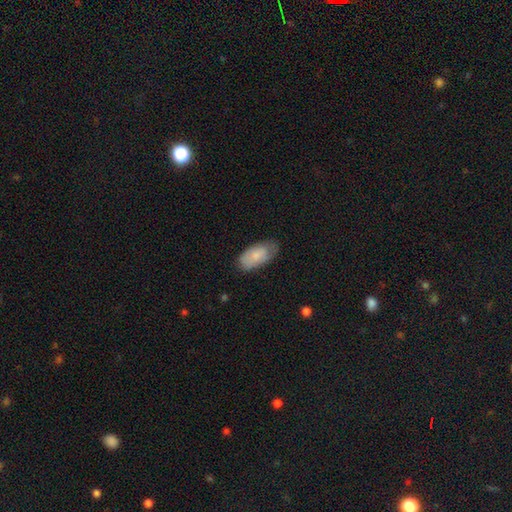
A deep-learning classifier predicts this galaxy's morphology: type=smooth (78%); roundness=in between (94%); merging=none (68%).